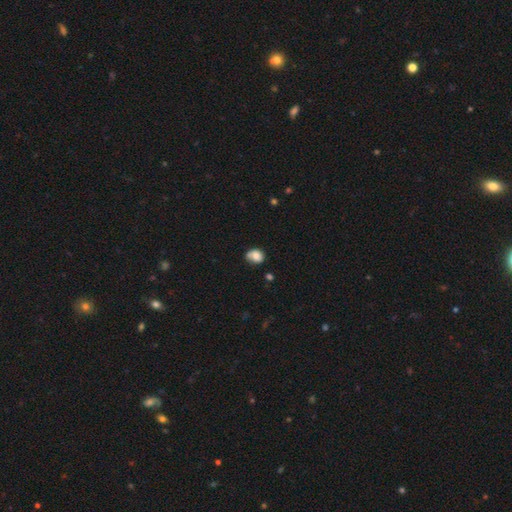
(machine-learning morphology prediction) Smooth or featured? Predicted: smooth (p=0.75). How rounded? Predicted: in between (p=0.52). Merging? Predicted: none (p=0.49).